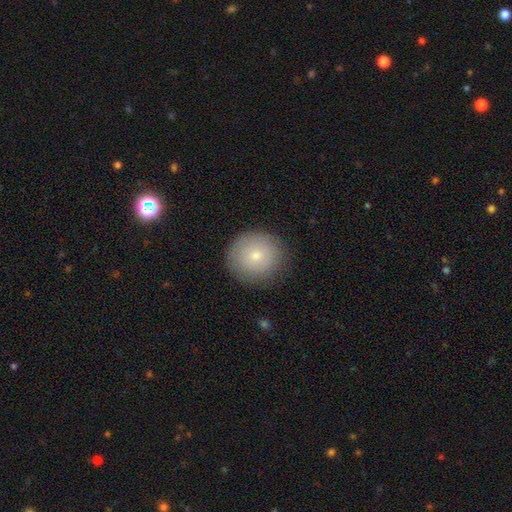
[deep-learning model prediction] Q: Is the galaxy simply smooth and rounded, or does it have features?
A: smooth — 74%.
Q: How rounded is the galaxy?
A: round — 87%.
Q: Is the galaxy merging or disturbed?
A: none — 85%.